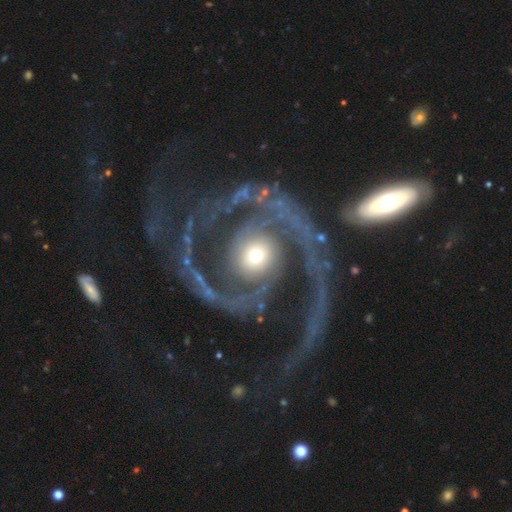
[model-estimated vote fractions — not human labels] featured or disk 90%, smooth 5%, star or artifact 5%. Down the decision tree: edge-on disk — no (98%); bar — no (73%); spiral arms — yes (97%); spiral arm count — 2 (67%); spiral winding — medium (40%); bulge size — small (45%); merging — none (52%).